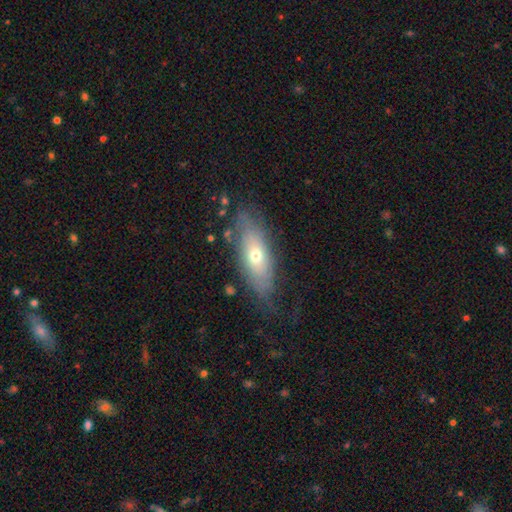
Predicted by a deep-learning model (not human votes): A smooth galaxy with no disk features (55%) that is in between round and cigar-shaped (65%). Merging: none (70%).